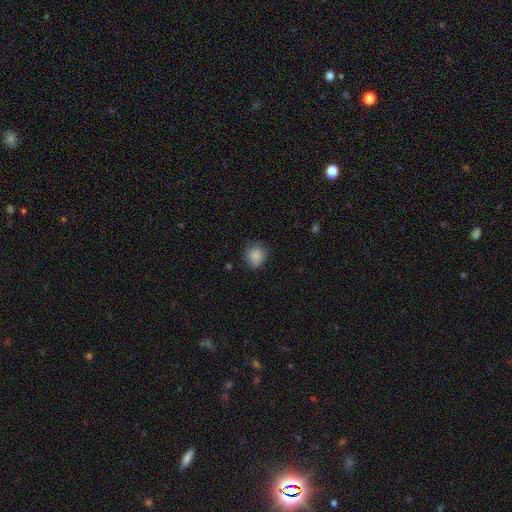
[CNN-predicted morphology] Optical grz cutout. It shows a smooth galaxy with no disk features (86%) that is round (80%). Merging: none (78%).